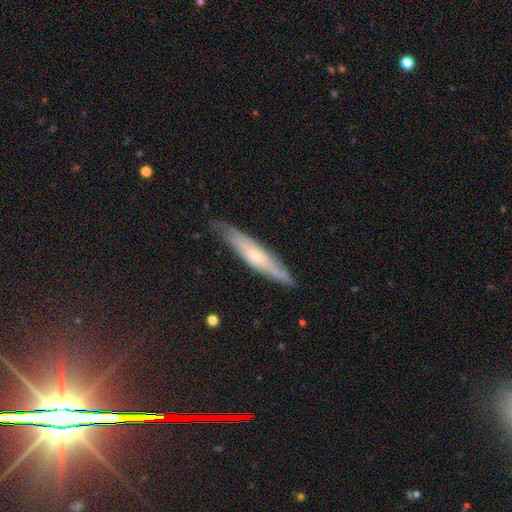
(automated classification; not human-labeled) This appears to be a featured or disk galaxy (65%) viewed edge-on (62%). Merging: none (76%).